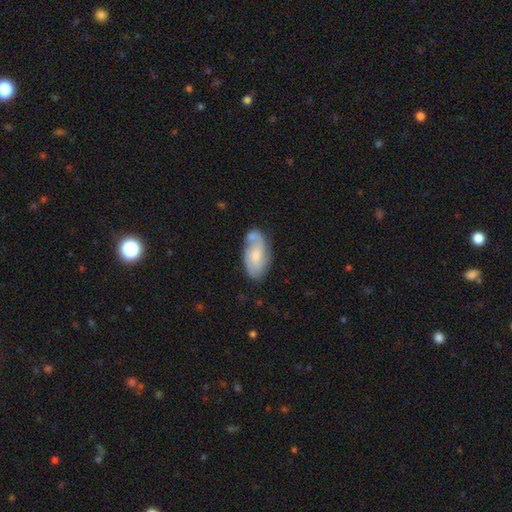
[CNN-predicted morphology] type=featured or disk (61%); edge-on=no (95%); bar=no (61%); spiral arms=yes (88%); winding=medium (44%); arm count=2 (54%); bulge=moderate (42%); merging=none (57%).